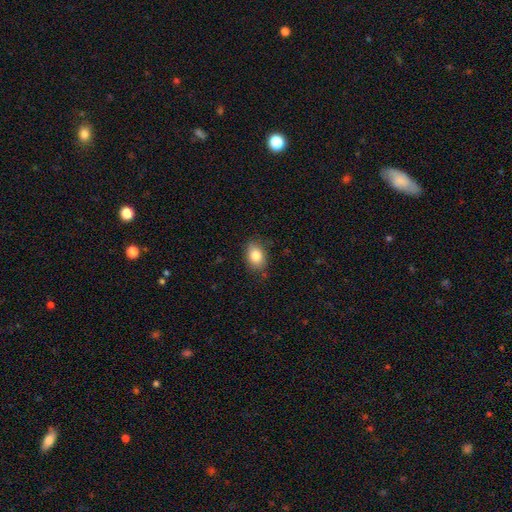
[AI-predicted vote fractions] Smooth or featured? smooth (83%)
How rounded? in between (77%)
Merging? none (81%)